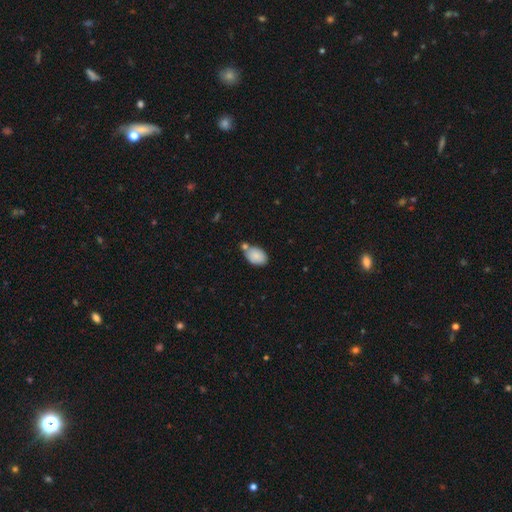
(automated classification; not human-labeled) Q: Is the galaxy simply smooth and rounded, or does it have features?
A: smooth — 85%.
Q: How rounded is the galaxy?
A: in between — 89%.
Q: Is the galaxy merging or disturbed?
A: none — 52%.